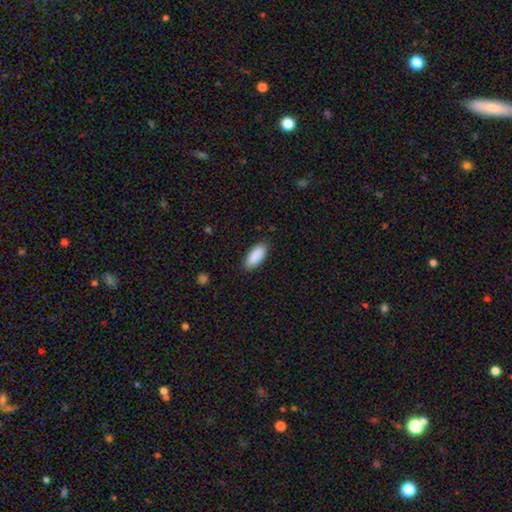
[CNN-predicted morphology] smooth_or_featured: smooth (p=0.91) [alt: star or artifact p=0.06]
how_rounded: in between (p=0.87) [alt: cigar-shaped p=0.12]
merging: none (p=0.87) [alt: minor disturbance p=0.10]